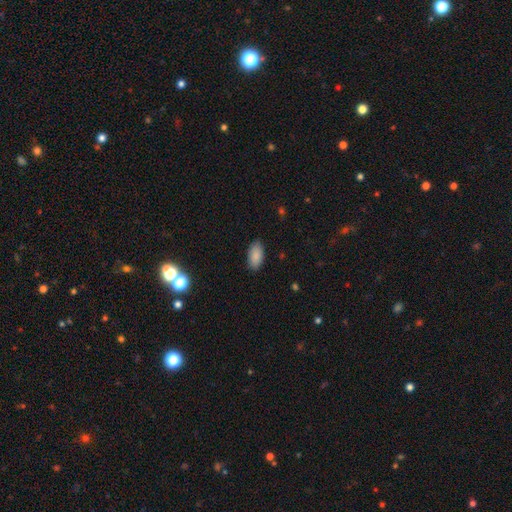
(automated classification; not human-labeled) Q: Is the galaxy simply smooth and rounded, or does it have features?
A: smooth — 88%.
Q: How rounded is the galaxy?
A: in between — 94%.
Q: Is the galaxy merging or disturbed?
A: none — 88%.